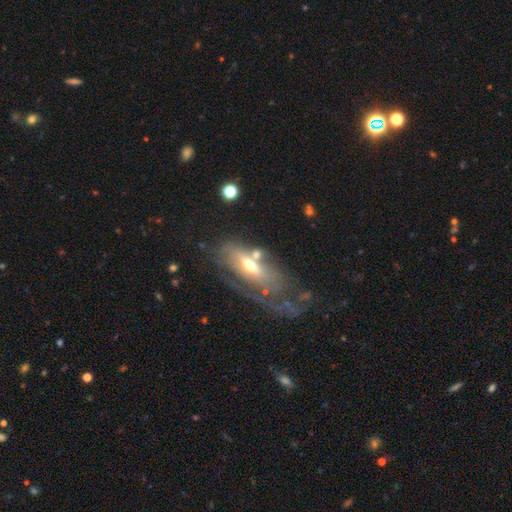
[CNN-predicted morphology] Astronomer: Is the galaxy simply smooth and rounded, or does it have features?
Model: featured or disk — 59%.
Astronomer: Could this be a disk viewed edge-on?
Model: no — 75%.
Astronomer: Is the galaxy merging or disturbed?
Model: none — 33%, tied with major disturbance at 33%.